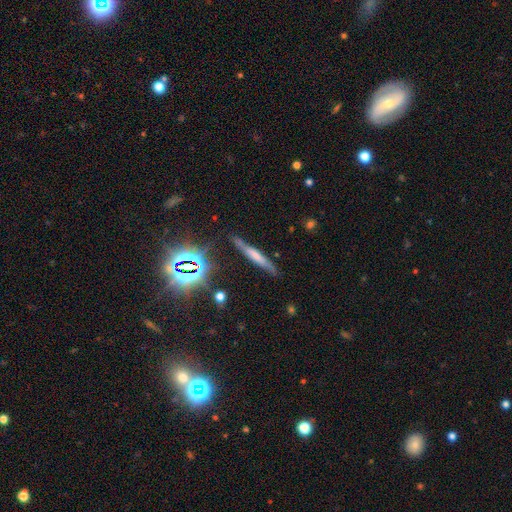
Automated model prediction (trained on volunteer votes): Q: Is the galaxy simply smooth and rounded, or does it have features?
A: smooth — 50%.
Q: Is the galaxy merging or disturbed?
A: none — 77%.